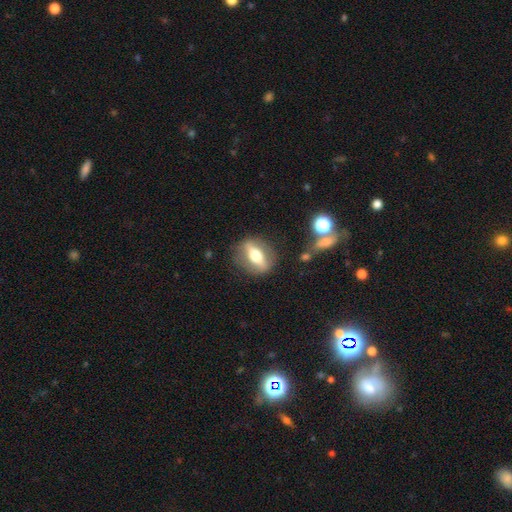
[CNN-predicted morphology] A featured or disk galaxy (56%) viewed edge-on (58%). Merging: none (82%).